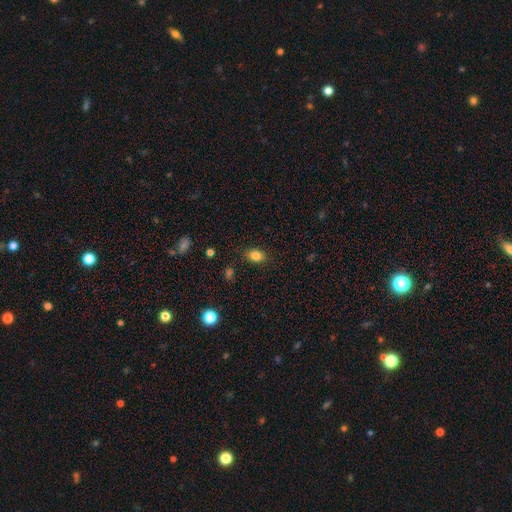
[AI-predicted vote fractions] This appears to be a smooth galaxy with no disk features (83%) that is in between round and cigar-shaped (75%). Merging: none (85%).